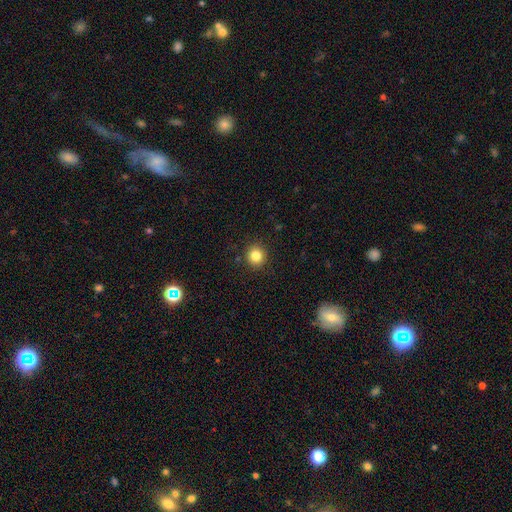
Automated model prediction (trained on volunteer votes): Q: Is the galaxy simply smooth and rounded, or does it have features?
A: smooth — 84%.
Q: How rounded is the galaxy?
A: round — 91%.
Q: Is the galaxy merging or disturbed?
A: none — 91%.